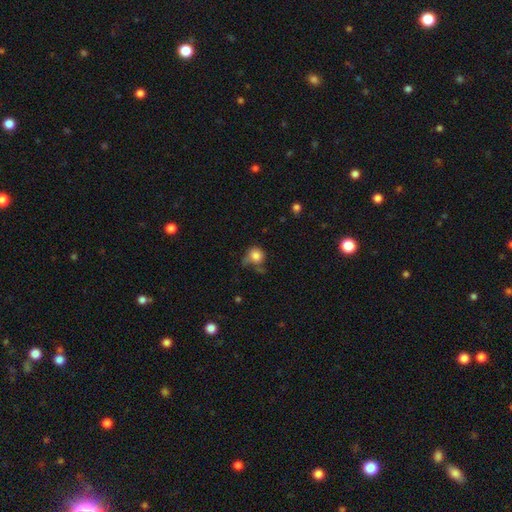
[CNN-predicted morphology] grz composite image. It shows a smooth galaxy with no disk features (79%) that is round (80%). Merging: none (44%).